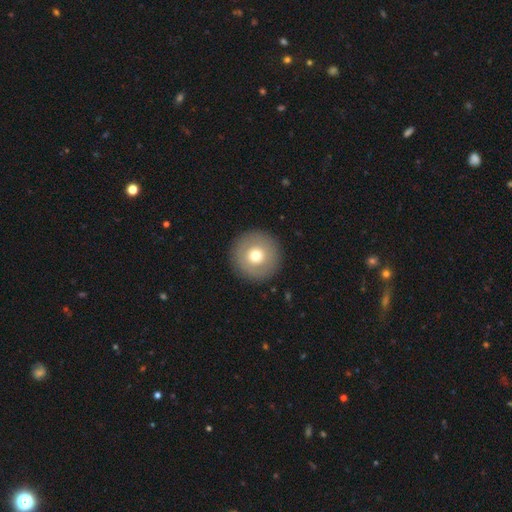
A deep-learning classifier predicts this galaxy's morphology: Smooth or featured: smooth — 65% (featured or disk — 26%)
How rounded: round — 97% (in between — 3%)
Merging: none — 91% (minor disturbance — 5%)